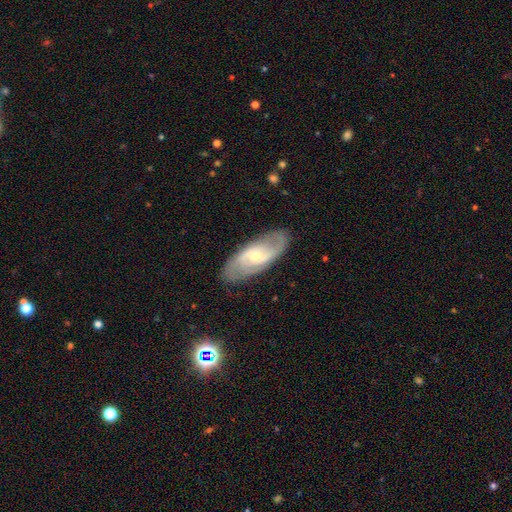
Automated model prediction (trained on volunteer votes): A featured or disk galaxy (77%) with a weak bar (43%), 2 (73%) medium (45%) spiral arms (88%) and a small central bulge (61%). Merging: none (82%).